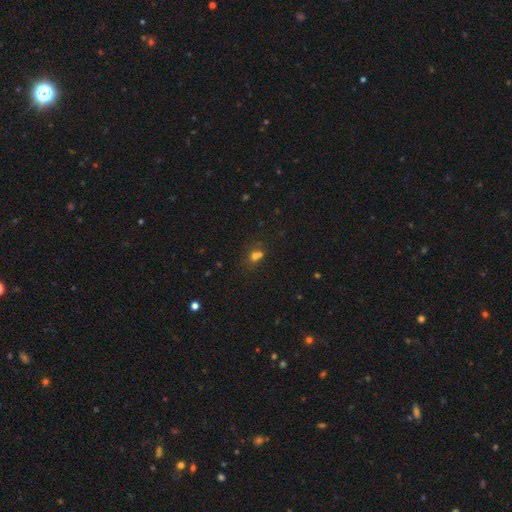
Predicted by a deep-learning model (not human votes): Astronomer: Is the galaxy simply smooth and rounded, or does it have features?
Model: smooth — 63%.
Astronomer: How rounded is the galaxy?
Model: round — 72%.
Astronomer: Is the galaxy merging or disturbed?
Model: none — 44% (runner-up: merger, 43%).